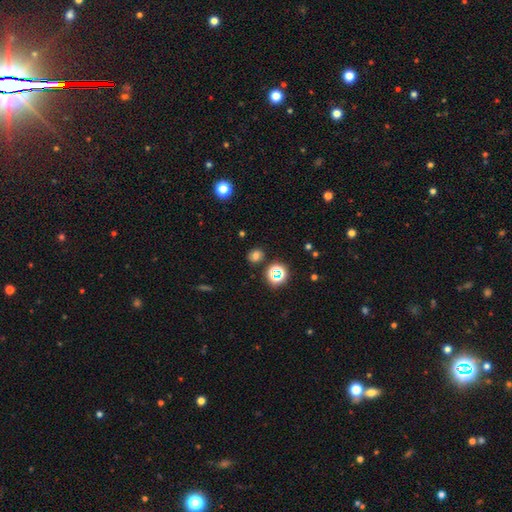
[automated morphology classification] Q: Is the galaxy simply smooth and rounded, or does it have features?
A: smooth — 68%.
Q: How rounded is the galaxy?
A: round — 66%.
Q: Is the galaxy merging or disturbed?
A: none — 82%.